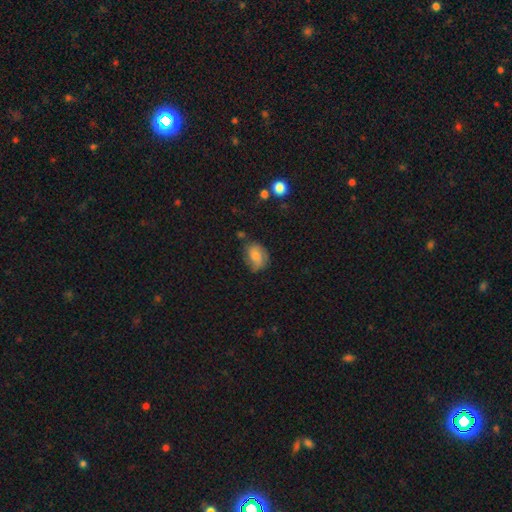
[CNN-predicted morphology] Smooth or featured? Predicted: smooth (p=0.60). How rounded? Predicted: in between (p=0.69). Merging? Predicted: none (p=0.54).